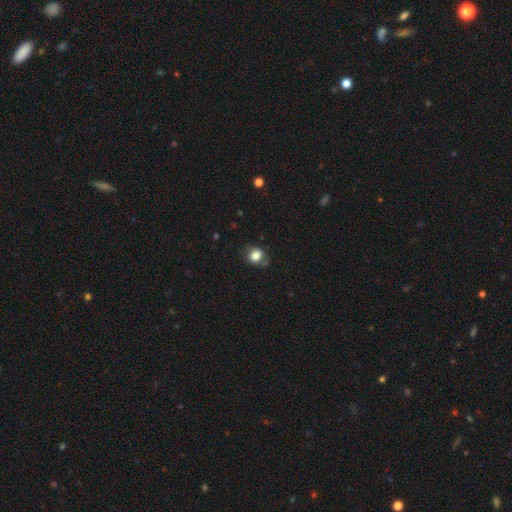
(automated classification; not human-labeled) smooth_or_featured: smooth (p=0.82) [alt: star or artifact p=0.10]
how_rounded: round (p=0.67) [alt: in between p=0.32]
merging: none (p=0.68) [alt: minor disturbance p=0.21]